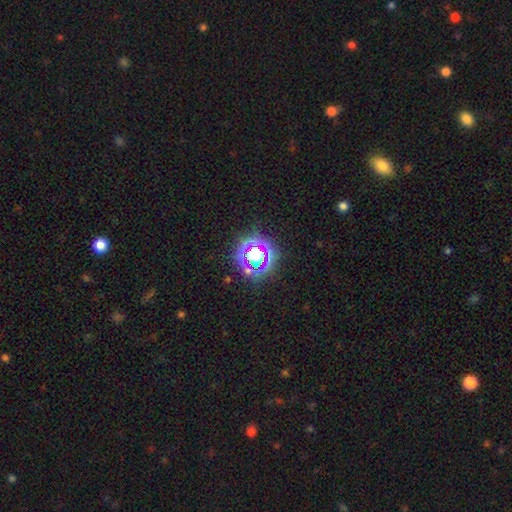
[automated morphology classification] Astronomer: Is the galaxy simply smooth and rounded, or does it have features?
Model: star or artifact — 66%.